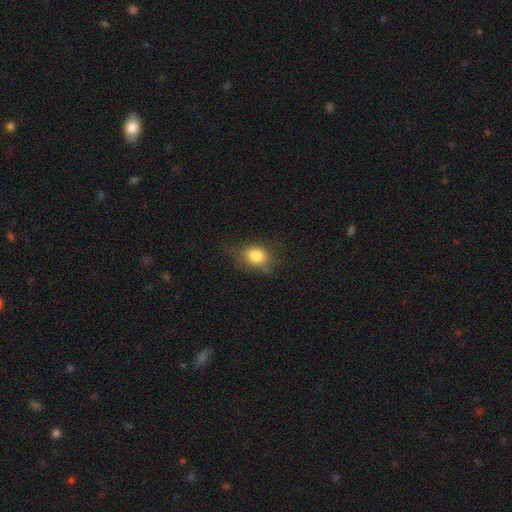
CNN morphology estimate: Smooth or featured: smooth — 80% (star or artifact — 11%)
How rounded: in between — 56% (round — 43%)
Merging: none — 59% (minor disturbance — 28%)